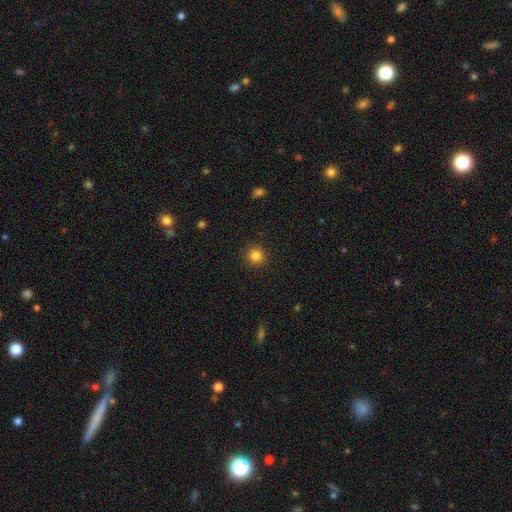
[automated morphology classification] Overall: smooth (84%). How rounded: round (93%). Merging: none (91%).